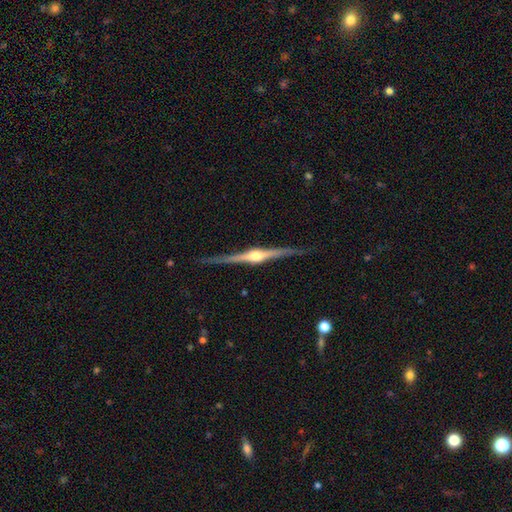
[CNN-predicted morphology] Smooth or featured? Predicted: featured or disk (p=0.87). Edge-on disk? Predicted: yes (p=0.98). Edge-on bulge? Predicted: rounded (p=0.94). Merging? Predicted: none (p=0.88).